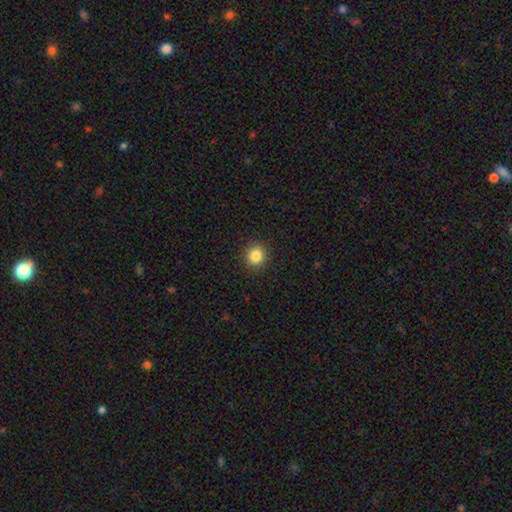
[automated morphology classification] smooth-or-featured: smooth: 85% | star or artifact: 11% | featured or disk: 4%
  how-rounded: round: 92% | in between: 7% | cigar-shaped: 1%
  merging: none: 92% | minor disturbance: 5% | major disturbance: 2% | merger: 1%